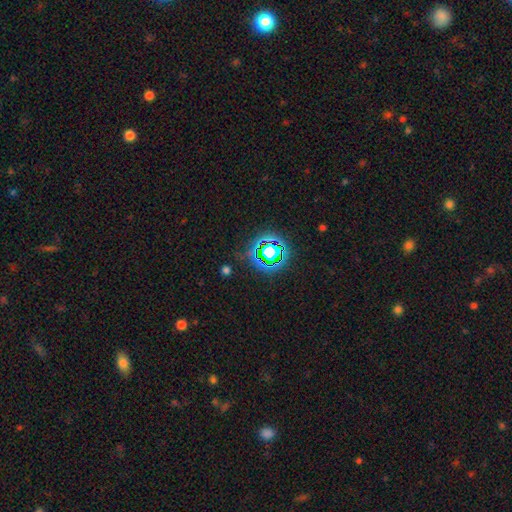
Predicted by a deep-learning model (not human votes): A star or artifact, not a galaxy (73%).

Vote fractions:
- Smooth or featured? star or artifact: 73% / smooth: 19% / featured or disk: 8%